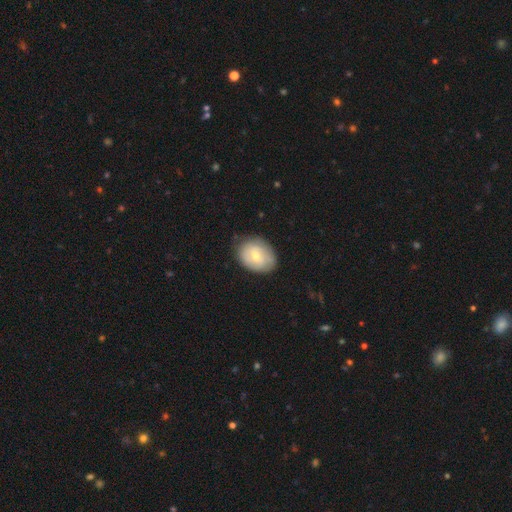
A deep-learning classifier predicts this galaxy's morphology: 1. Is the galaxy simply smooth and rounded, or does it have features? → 60% smooth, 33% featured or disk, 7% star or artifact.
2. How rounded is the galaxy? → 60% in between, 39% round, 1% cigar-shaped.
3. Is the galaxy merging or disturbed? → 77% none, 18% minor disturbance, 4% major disturbance, 1% merger.